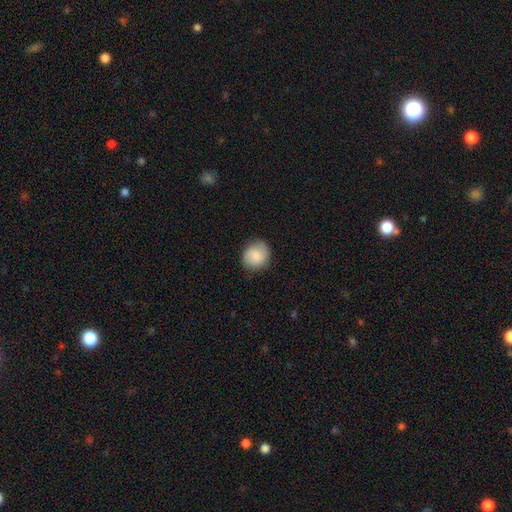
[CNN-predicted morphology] Smooth or featured: smooth — 81% (featured or disk — 12%)
How rounded: round — 77% (in between — 22%)
Merging: none — 80% (minor disturbance — 15%)